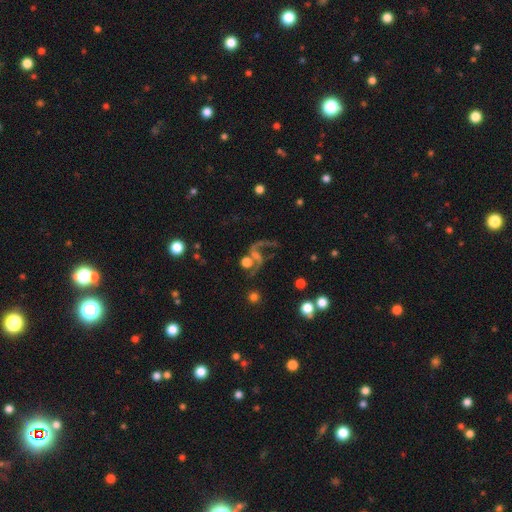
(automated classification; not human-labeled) smooth_or_featured: featured or disk (p=0.68) [alt: star or artifact p=0.17]
disk_edge_on: no (p=0.97) [alt: yes p=0.03]
bar: no (p=0.54) [alt: weak p=0.32]
has_spiral_arms: yes (p=0.86) [alt: no p=0.14]
spiral_winding: loose (p=0.78) [alt: medium p=0.18]
spiral_arm_count: 2 (p=0.66) [alt: 1 p=0.25]
bulge_size: small (p=0.31) [alt: none p=0.30]
merging: none (p=0.40) [alt: major disturbance p=0.28]